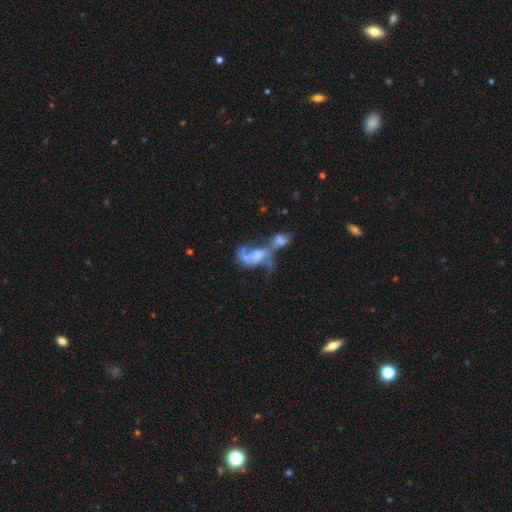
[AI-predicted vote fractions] Smooth or featured? featured or disk (61%)
Edge-on disk? no (97%)
Bar? no (72%)
Spiral arms? yes (60%)
Bulge size? none (39%)
Merging? merger (63%)